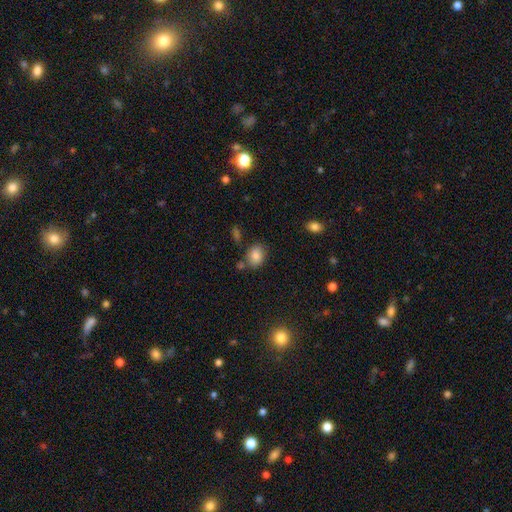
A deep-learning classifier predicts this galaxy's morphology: Overall: smooth (84%). How rounded: in between (59%; round 40%). Merging: none (73%).